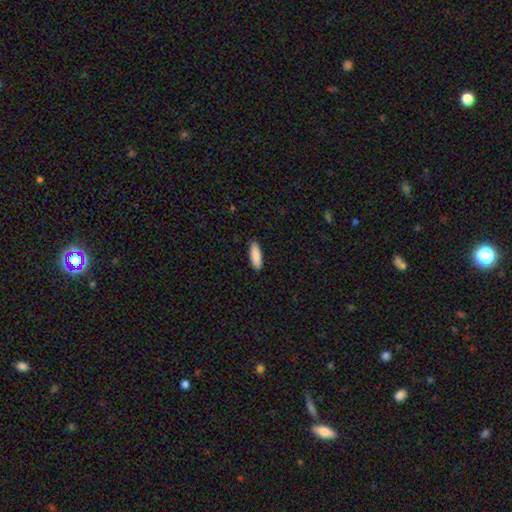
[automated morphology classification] The model was most divided on "how rounded": in between: 60%, cigar-shaped: 39%, round: 2%. More confident: merging — none (90%); smooth or featured — smooth (90%).